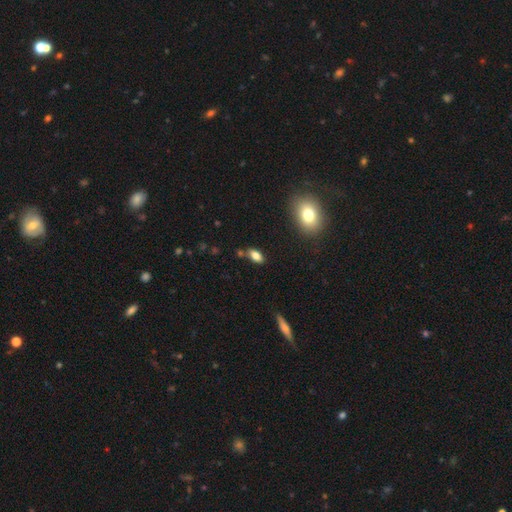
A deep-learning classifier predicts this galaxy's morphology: This appears to be a smooth galaxy with no disk features (79%) that is in between round and cigar-shaped (88%). Merging: none (74%).